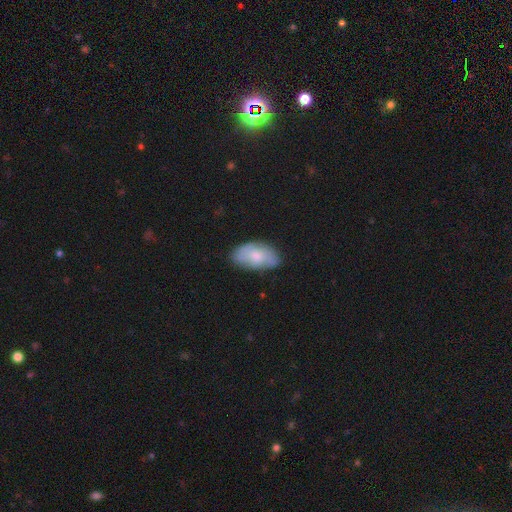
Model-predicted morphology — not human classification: This is likely a smooth galaxy (62%). How rounded: clearly in between (94%). Merging: likely none (68%).